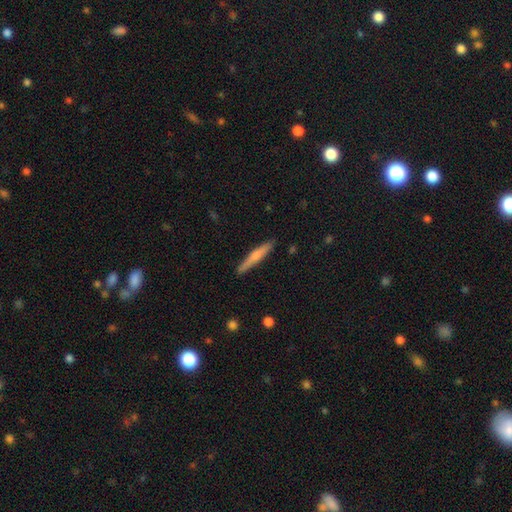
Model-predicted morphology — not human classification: A smooth galaxy with no disk features (53%) that is cigar-shaped (93%).

Vote fractions:
- Smooth or featured? smooth: 53% / featured or disk: 42% / star or artifact: 5%
- How rounded? cigar-shaped: 93% / in between: 5% / round: 2%
- Merging? none: 89% / minor disturbance: 8% / major disturbance: 2% / merger: 1%